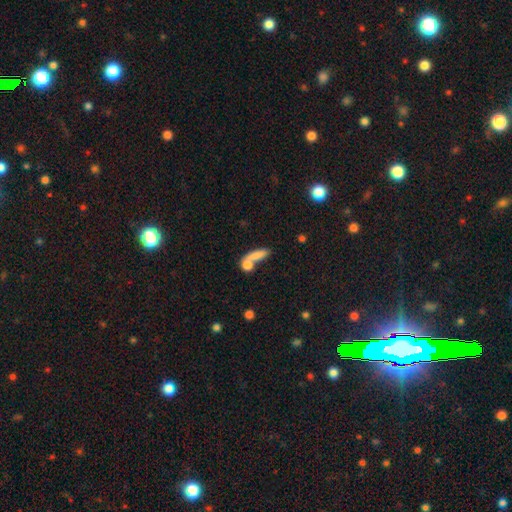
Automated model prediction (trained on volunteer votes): Q: Smooth or featured?
A: smooth (77%); runner-up: featured or disk (14%)
Q: How rounded?
A: cigar-shaped (46%); runner-up: in between (41%)
Q: Merging?
A: merger (42%); runner-up: none (40%)